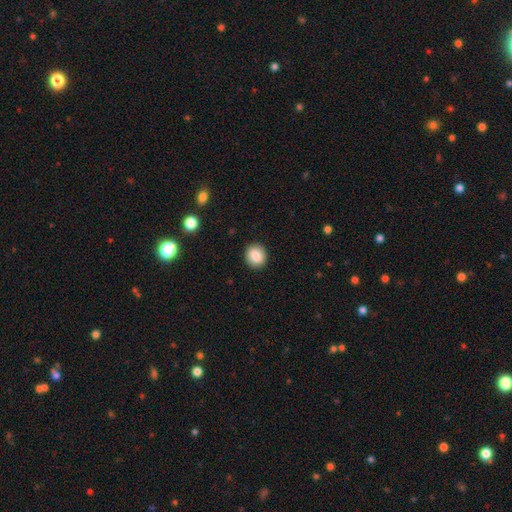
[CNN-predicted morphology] Smooth or featured?
  - smooth: 86% *
  - star or artifact: 8%
  - featured or disk: 6%
How rounded?
  - round: 85% *
  - in between: 14%
  - cigar-shaped: 1%
Merging?
  - none: 91% *
  - minor disturbance: 6%
  - major disturbance: 2%
  - merger: 1%